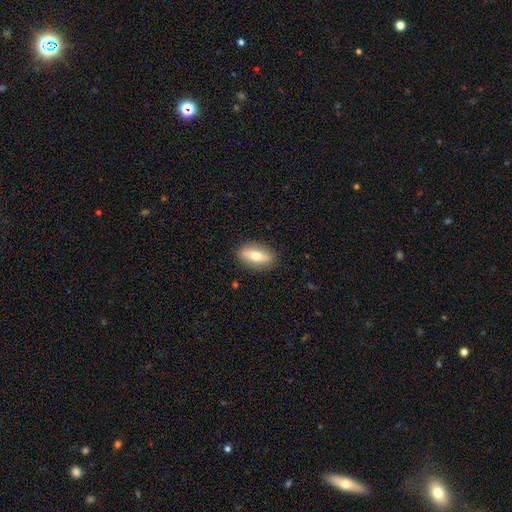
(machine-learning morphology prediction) Overall: smooth (63%; featured or disk 31%). How rounded: in between (77%). Merging: none (86%).